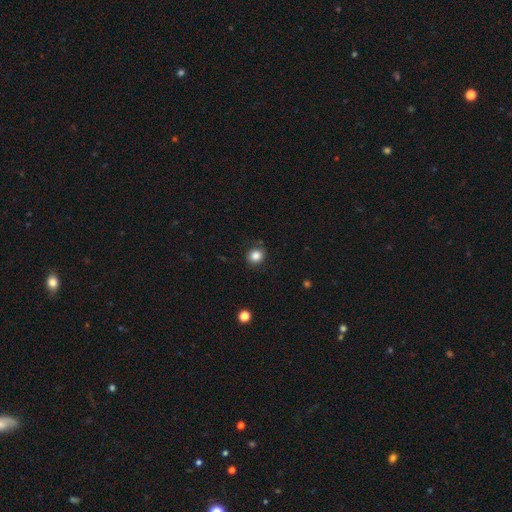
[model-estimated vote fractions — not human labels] Smooth or featured? smooth (85%)
How rounded? round (82%)
Merging? none (86%)